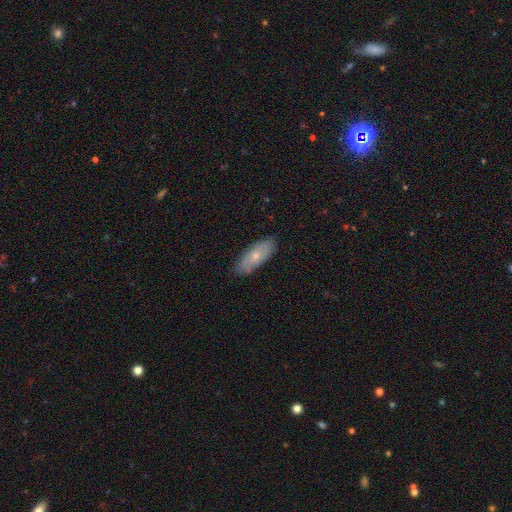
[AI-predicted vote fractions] Overall: smooth (58%; featured or disk 36%). How rounded: in between (77%). Merging: none (82%).